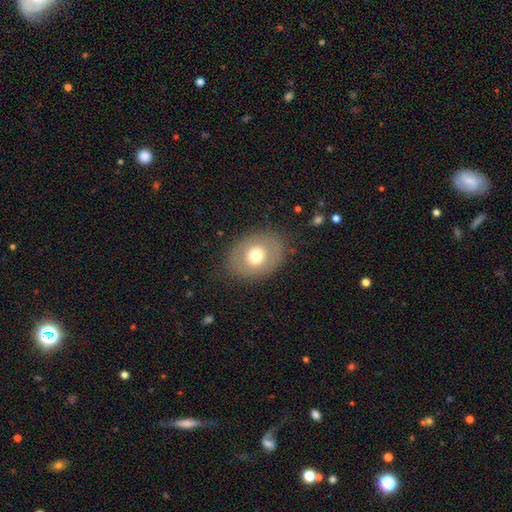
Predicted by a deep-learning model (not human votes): A smooth galaxy with no disk features (65%) that is in between round and cigar-shaped (59%). Merging: none (83%).